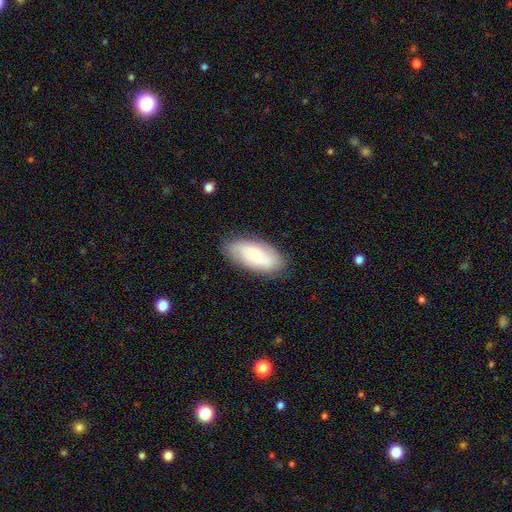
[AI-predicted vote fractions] A featured or disk galaxy (51%).

Vote fractions:
- Smooth or featured? featured or disk: 51% / smooth: 43% / star or artifact: 6%
- Edge-on disk? no: 90% / yes: 10%
- Merging? none: 82% / minor disturbance: 13% / major disturbance: 3% / merger: 1%